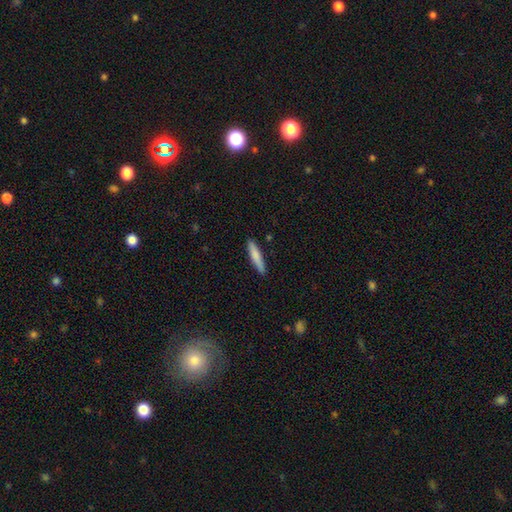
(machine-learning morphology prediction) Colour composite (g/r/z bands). It shows a smooth galaxy with no disk features (77%) that is cigar-shaped (89%). Merging: none (89%).